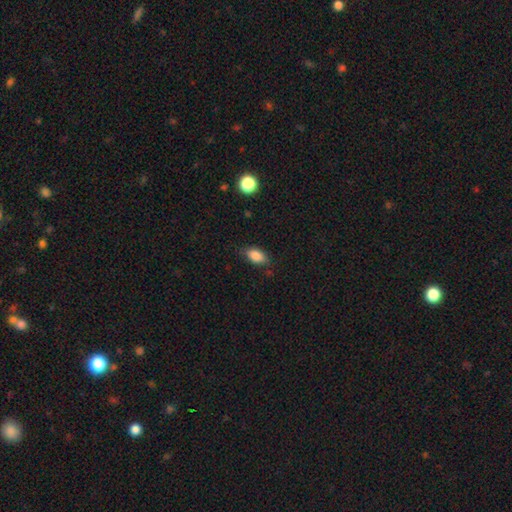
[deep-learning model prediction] Smooth or featured? Predicted: smooth (p=0.85). How rounded? Predicted: in between (p=0.89). Merging? Predicted: none (p=0.78).